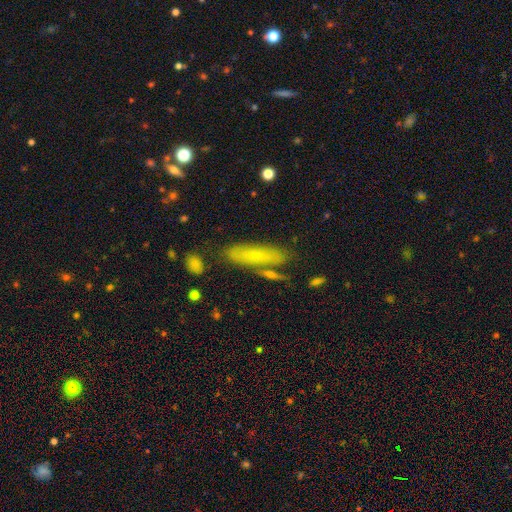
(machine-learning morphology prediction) Smooth or featured?
  - smooth: 64% *
  - featured or disk: 27%
  - star or artifact: 9%
How rounded?
  - cigar-shaped: 64% *
  - in between: 33%
  - round: 3%
Merging?
  - none: 68% *
  - minor disturbance: 17%
  - merger: 9%
  - major disturbance: 6%